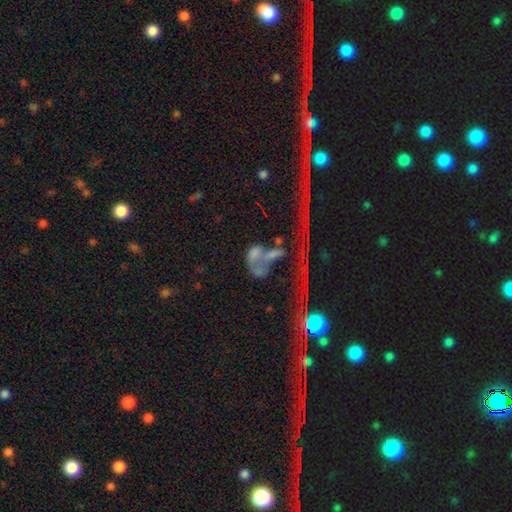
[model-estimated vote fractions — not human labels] smooth 42%, featured or disk 37%, star or artifact 21%. Down the decision tree: merging — merger (54%).